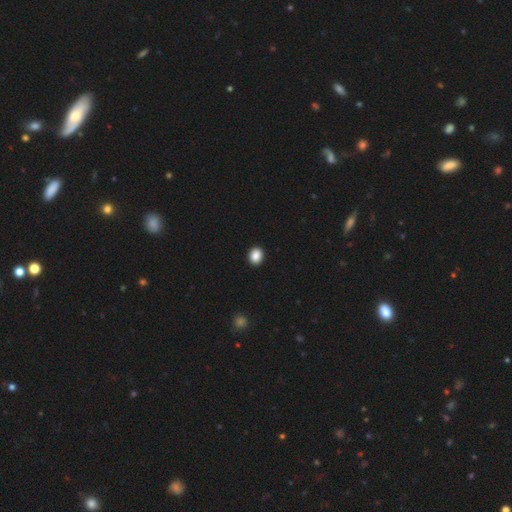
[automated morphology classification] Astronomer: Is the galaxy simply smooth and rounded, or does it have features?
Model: smooth — 88%.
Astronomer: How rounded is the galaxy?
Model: round — 61% (runner-up: in between, 38%).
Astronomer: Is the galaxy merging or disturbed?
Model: none — 93%.